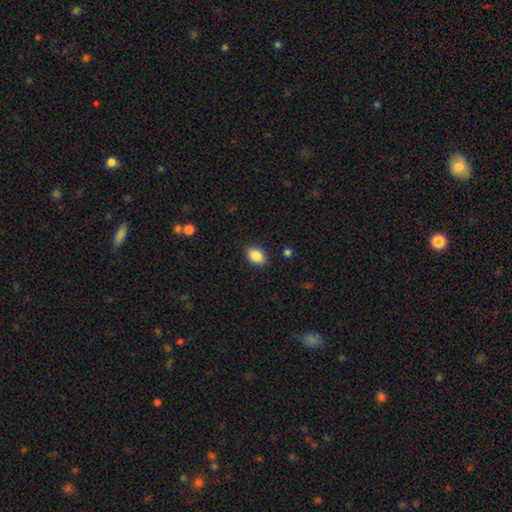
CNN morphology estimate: The model was most divided on "how rounded": in between: 81%, round: 18%, cigar-shaped: 1%. More confident: merging — none (88%); smooth or featured — smooth (87%).